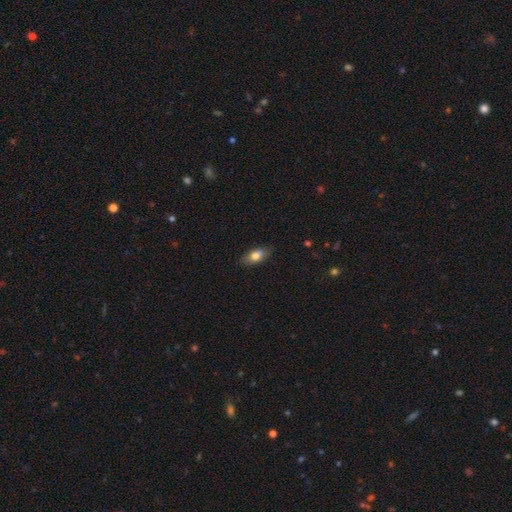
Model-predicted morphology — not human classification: A smooth galaxy with no disk features (76%) that is in between round and cigar-shaped (84%).

Vote fractions:
- Smooth or featured? smooth: 76% / featured or disk: 16% / star or artifact: 7%
- How rounded? in between: 84% / cigar-shaped: 11% / round: 5%
- Merging? none: 81% / minor disturbance: 15% / major disturbance: 3% / merger: 1%